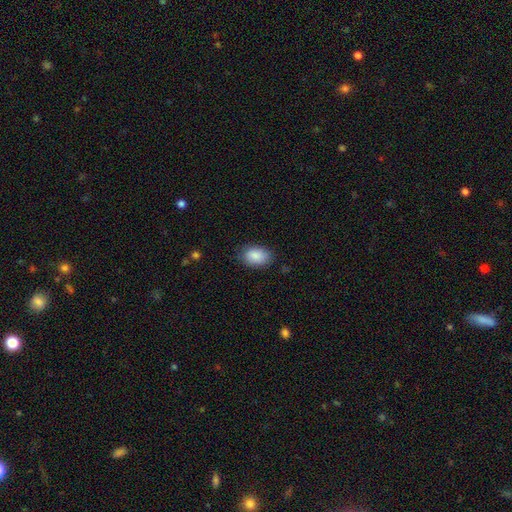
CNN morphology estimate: A smooth galaxy with no disk features (88%) that is in between round and cigar-shaped (87%). Merging: none (80%).